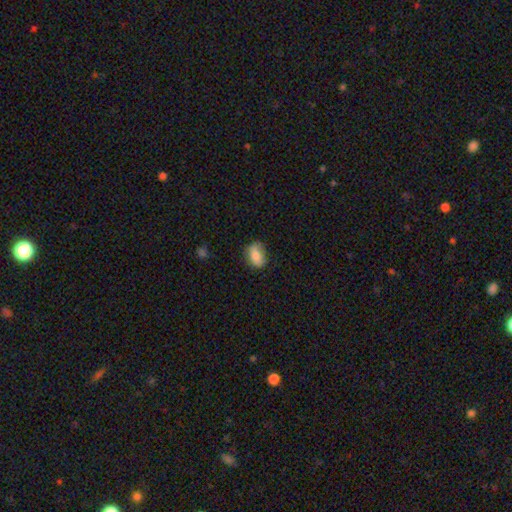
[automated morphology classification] smooth_or_featured: smooth (p=0.82) [alt: featured or disk p=0.10]
how_rounded: in between (p=0.82) [alt: round p=0.15]
merging: none (p=0.71) [alt: minor disturbance p=0.23]